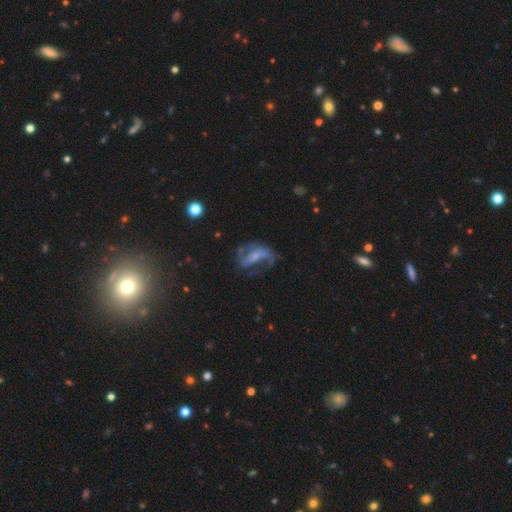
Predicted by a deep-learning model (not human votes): smooth_or_featured: featured or disk (p=0.73) [alt: smooth p=0.18]
disk_edge_on: no (p=0.96) [alt: yes p=0.04]
bar: weak (p=0.38) [alt: no p=0.32]
has_spiral_arms: yes (p=0.83) [alt: no p=0.17]
spiral_winding: loose (p=0.50) [alt: medium p=0.38]
spiral_arm_count: 2 (p=0.70) [alt: 1 p=0.14]
bulge_size: small (p=0.38) [alt: none p=0.33]
merging: none (p=0.43) [alt: major disturbance p=0.34]